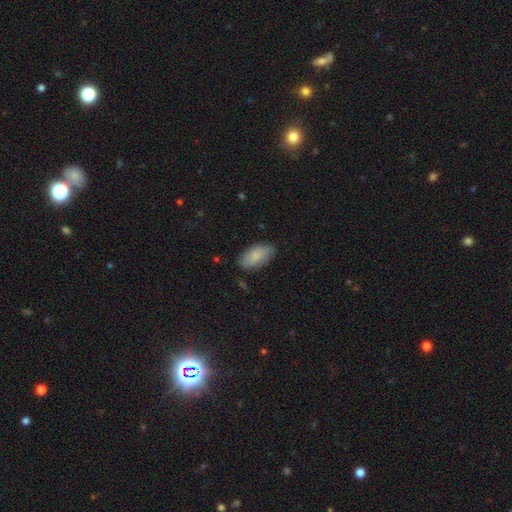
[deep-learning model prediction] Smooth or featured? smooth (84%)
How rounded? in between (94%)
Merging? none (80%)